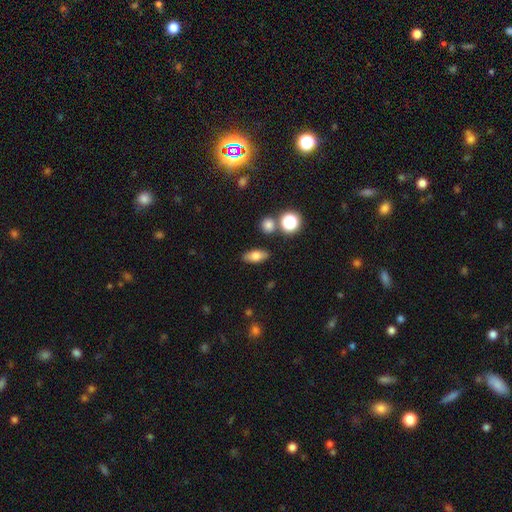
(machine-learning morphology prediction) Q: Smooth or featured?
A: smooth (72%); runner-up: featured or disk (18%)
Q: How rounded?
A: in between (73%); runner-up: cigar-shaped (18%)
Q: Merging?
A: none (84%); runner-up: minor disturbance (9%)